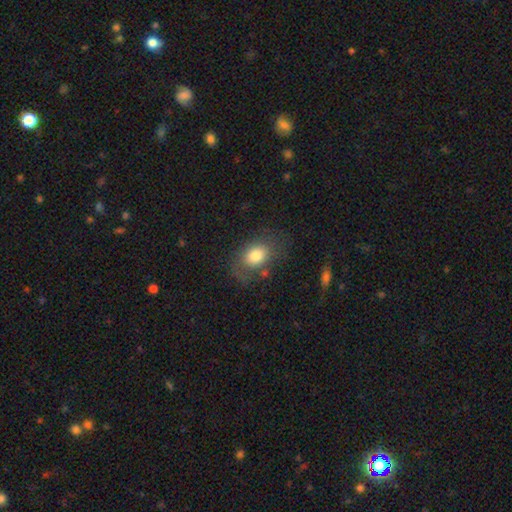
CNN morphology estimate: Smooth or featured? smooth (76%)
How rounded? in between (72%)
Merging? none (66%)